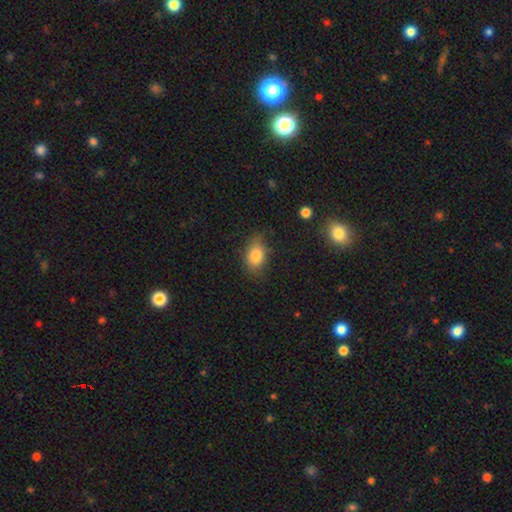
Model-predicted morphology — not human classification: Q: Smooth or featured?
A: smooth (82%); runner-up: star or artifact (9%)
Q: How rounded?
A: in between (79%); runner-up: round (19%)
Q: Merging?
A: none (73%); runner-up: minor disturbance (20%)